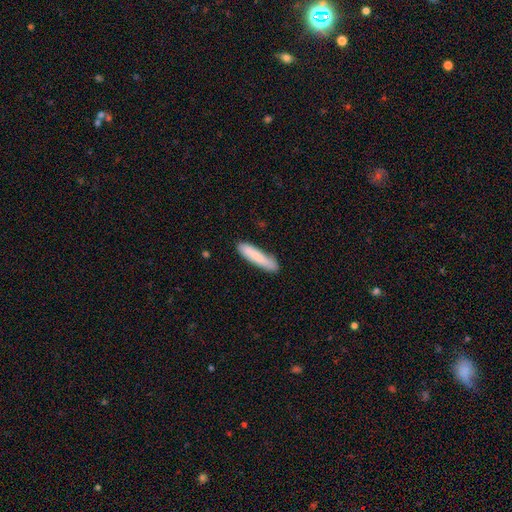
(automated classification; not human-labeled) Smooth or featured?
  - smooth: 83% *
  - featured or disk: 12%
  - star or artifact: 6%
How rounded?
  - cigar-shaped: 86% *
  - in between: 13%
  - round: 1%
Merging?
  - none: 82% *
  - minor disturbance: 14%
  - major disturbance: 2%
  - merger: 2%